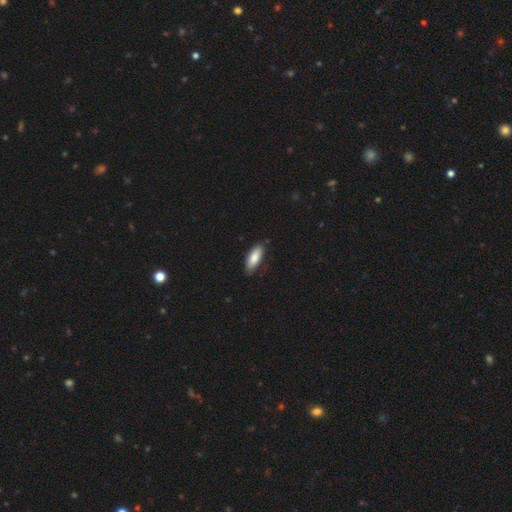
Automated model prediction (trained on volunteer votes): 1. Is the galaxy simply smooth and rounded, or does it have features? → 81% smooth, 13% featured or disk, 6% star or artifact.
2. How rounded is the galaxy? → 73% in between, 25% cigar-shaped, 2% round.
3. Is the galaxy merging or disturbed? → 79% none, 17% minor disturbance, 2% major disturbance, 1% merger.